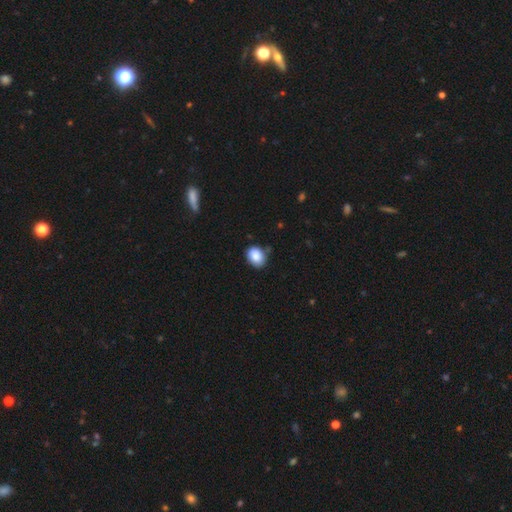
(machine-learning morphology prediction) A smooth galaxy with no disk features (88%) that is in between round and cigar-shaped (63%). Merging: none (73%).